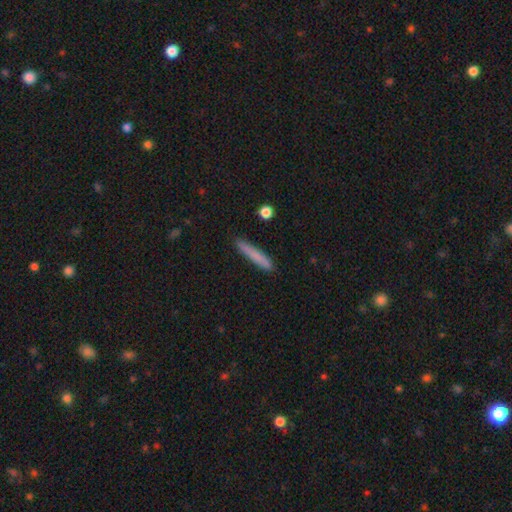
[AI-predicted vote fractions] smooth_or_featured: smooth (p=0.78) [alt: featured or disk p=0.16]
how_rounded: cigar-shaped (p=0.95) [alt: in between p=0.04]
merging: none (p=0.88) [alt: minor disturbance p=0.09]